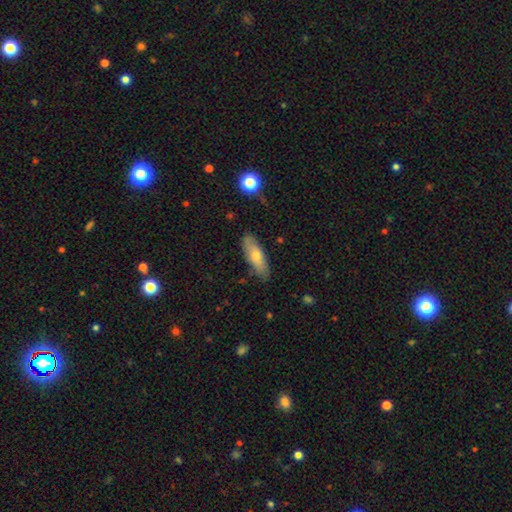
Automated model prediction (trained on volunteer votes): Morphology: type=smooth (60%); roundness=in between (56%); merging=none (80%).